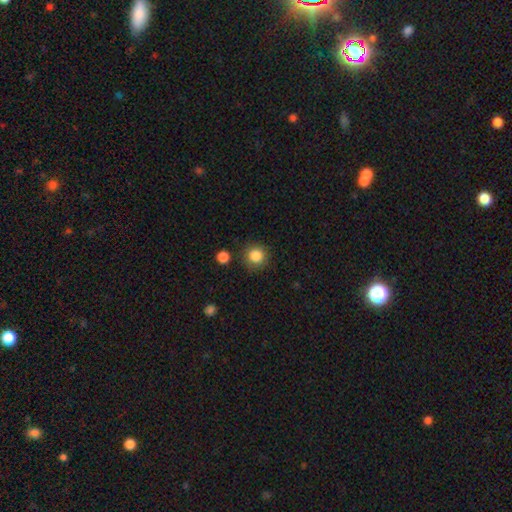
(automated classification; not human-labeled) Overall: smooth (85%). How rounded: round (92%). Merging: none (84%).